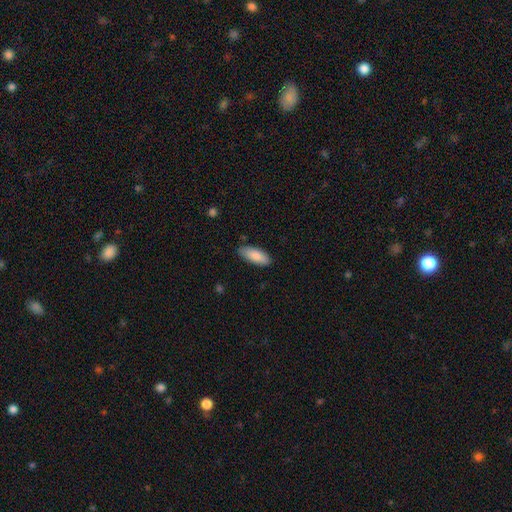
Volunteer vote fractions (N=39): Overall: smooth (87%). How rounded: in between (88%). Merging: none (66%).